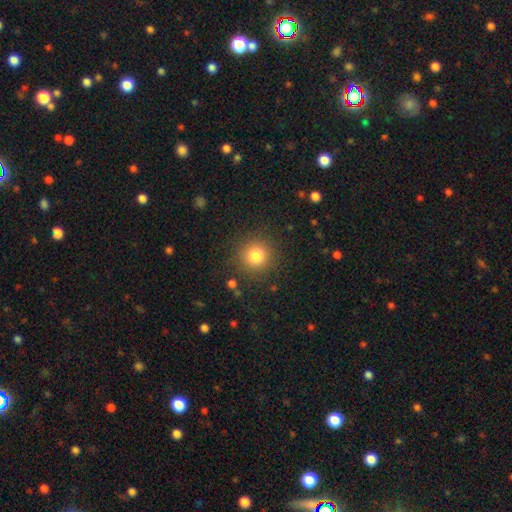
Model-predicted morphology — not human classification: type=smooth (81%); roundness=round (94%); merging=none (88%).